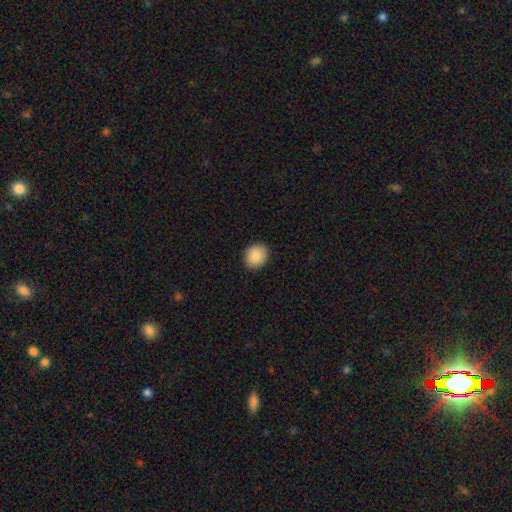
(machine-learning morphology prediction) Overall: smooth (88%). How rounded: round (66%; in between 33%). Merging: none (90%).